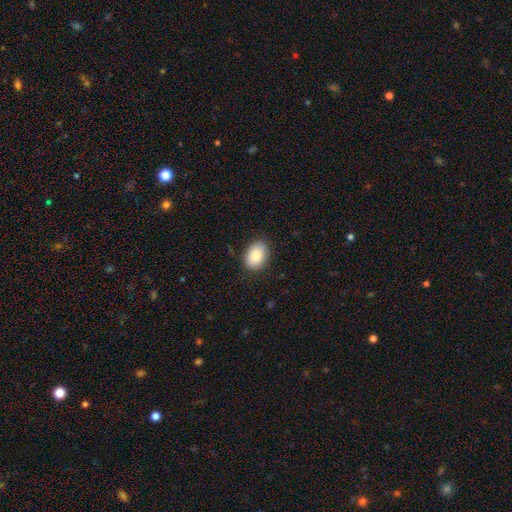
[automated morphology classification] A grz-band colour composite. It shows a smooth galaxy with no disk features (84%) that is in between round and cigar-shaped (81%). Merging: none (86%).